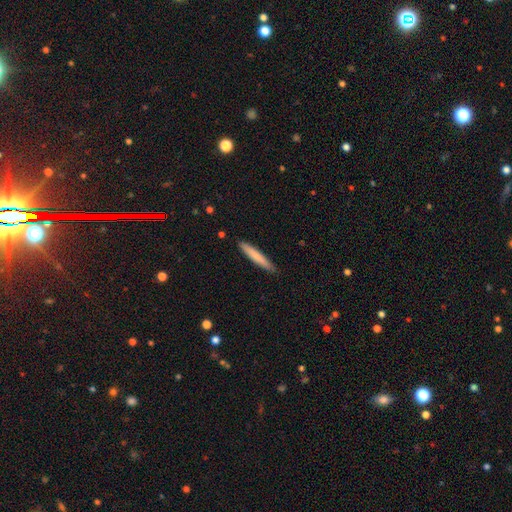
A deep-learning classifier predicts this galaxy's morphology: type=smooth (76%); roundness=cigar-shaped (94%); merging=none (89%).